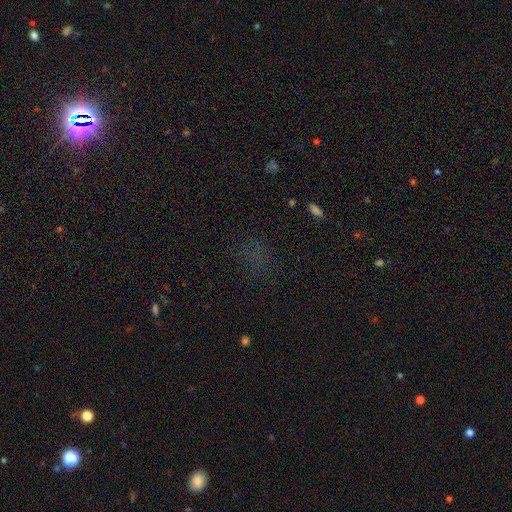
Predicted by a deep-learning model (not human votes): A star or artifact, not a galaxy (47%).

Vote fractions:
- Smooth or featured? star or artifact: 47% / smooth: 42% / featured or disk: 11%